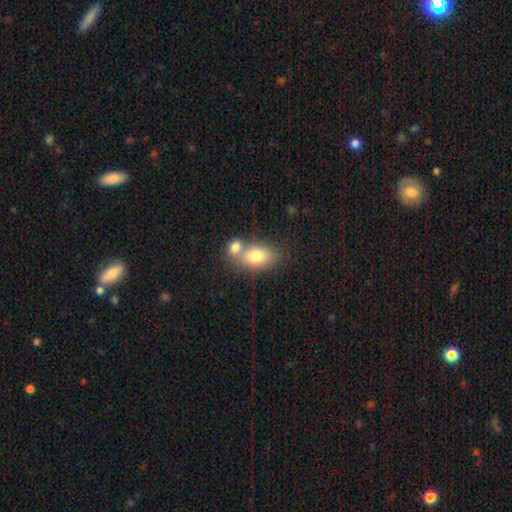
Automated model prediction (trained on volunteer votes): This appears to be a smooth galaxy with no disk features (76%) that is in between round and cigar-shaped (84%). Merging: merger (54%).